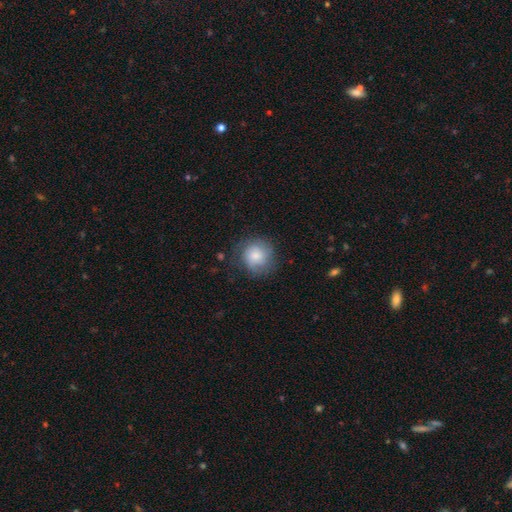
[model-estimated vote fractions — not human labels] smooth_or_featured: smooth (p=0.71) [alt: featured or disk p=0.21]
how_rounded: round (p=0.90) [alt: in between p=0.09]
merging: none (p=0.71) [alt: minor disturbance p=0.20]